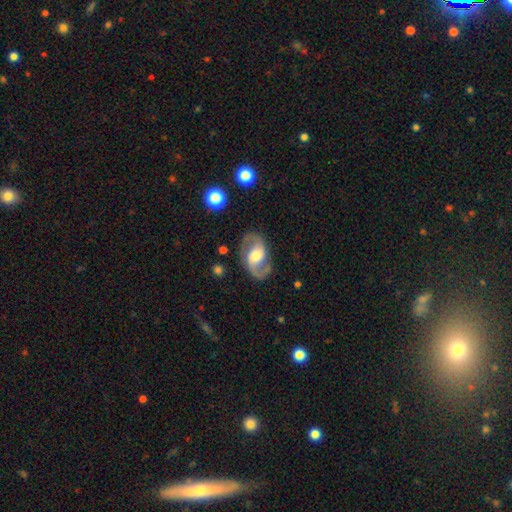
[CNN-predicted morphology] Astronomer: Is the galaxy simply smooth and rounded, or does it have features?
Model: featured or disk — 84%.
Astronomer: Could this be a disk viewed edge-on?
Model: no — 97%.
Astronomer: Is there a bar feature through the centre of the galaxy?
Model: weak — 45% (runner-up: no, 37%).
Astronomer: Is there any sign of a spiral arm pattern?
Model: yes — 94%.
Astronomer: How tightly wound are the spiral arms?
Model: medium — 51% (runner-up: loose, 36%).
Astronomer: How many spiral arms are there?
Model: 2 — 92%.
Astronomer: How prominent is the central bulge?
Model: moderate — 53% (runner-up: large, 30%).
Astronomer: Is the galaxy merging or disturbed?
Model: none — 78%.